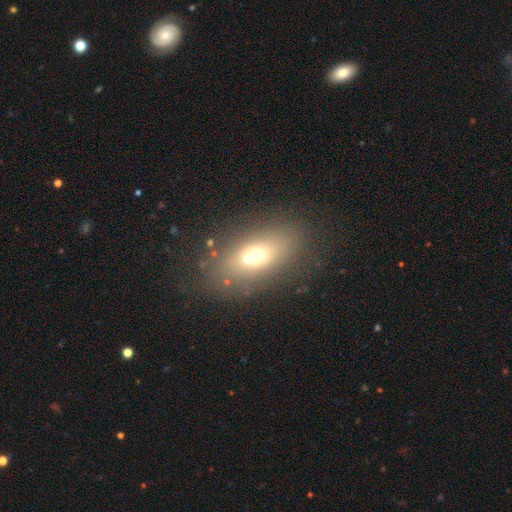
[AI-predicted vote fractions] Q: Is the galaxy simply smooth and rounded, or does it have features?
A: smooth — 59%.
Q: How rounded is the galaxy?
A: in between — 74%.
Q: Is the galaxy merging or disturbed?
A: none — 58%.